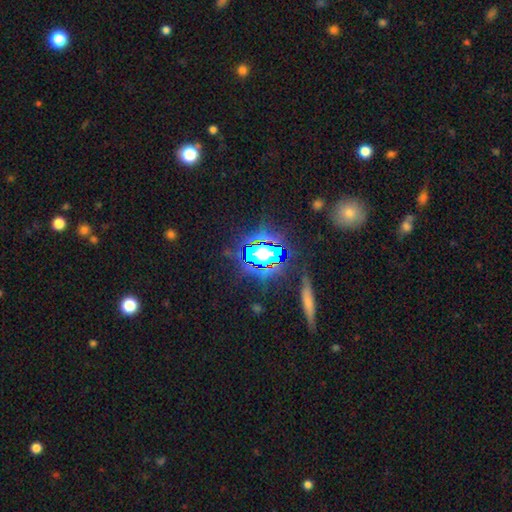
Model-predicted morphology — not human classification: A star or artifact, not a galaxy (74%).

Vote fractions:
- Smooth or featured? star or artifact: 74% / smooth: 14% / featured or disk: 12%